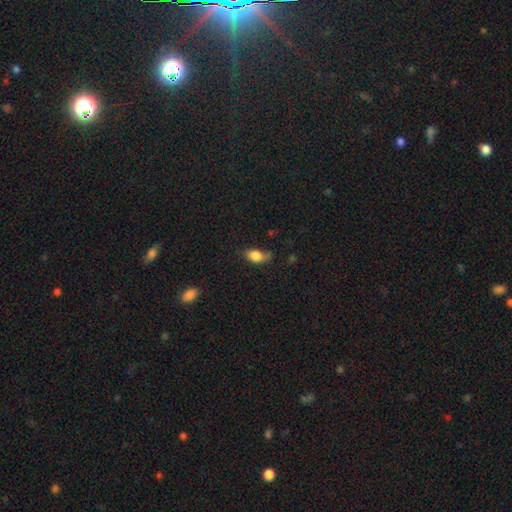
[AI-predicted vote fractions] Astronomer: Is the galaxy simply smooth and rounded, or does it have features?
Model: smooth — 82%.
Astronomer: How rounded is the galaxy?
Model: in between — 85%.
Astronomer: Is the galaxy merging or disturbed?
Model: none — 44% (runner-up: minor disturbance, 36%).